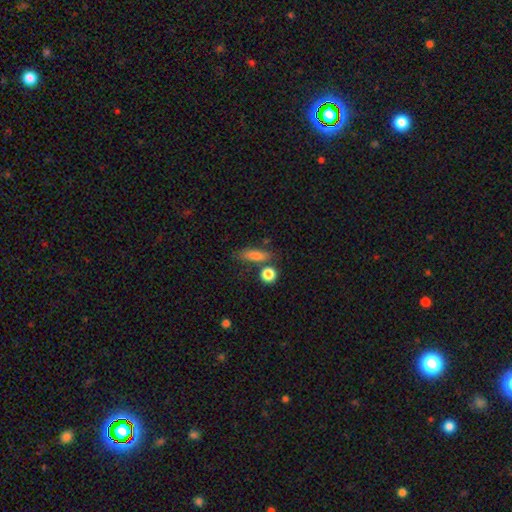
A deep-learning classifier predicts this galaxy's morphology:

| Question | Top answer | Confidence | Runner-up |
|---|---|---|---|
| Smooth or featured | smooth | 77% | featured or disk (12%) |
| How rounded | in between | 47% | cigar-shaped (42%) |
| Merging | none | 64% | minor disturbance (17%) |